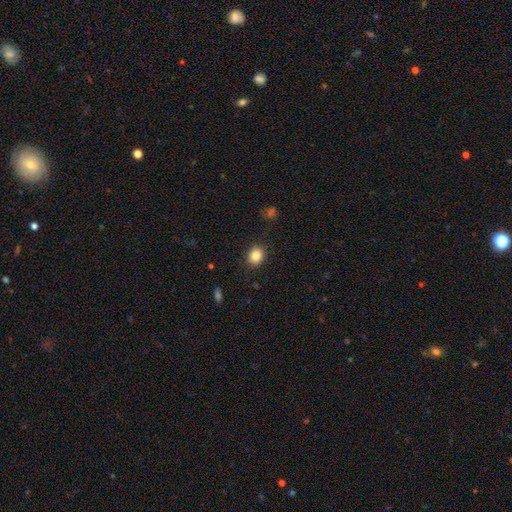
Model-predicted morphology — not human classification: Smooth or featured? smooth (86%)
How rounded? round (61%)
Merging? none (88%)